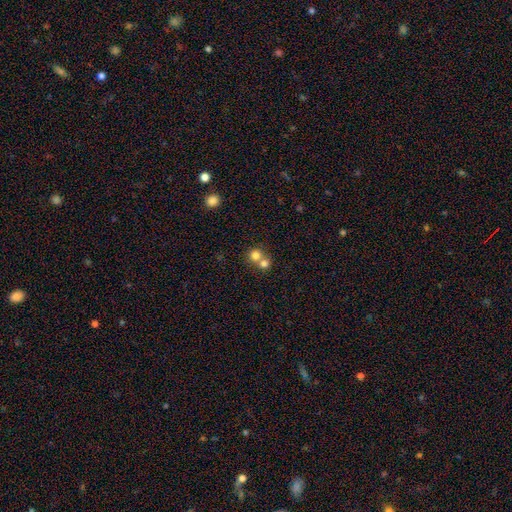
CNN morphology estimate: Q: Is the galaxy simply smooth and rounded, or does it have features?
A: smooth — 77%.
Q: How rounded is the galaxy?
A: round — 87%.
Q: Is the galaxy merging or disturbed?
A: merger — 57%.